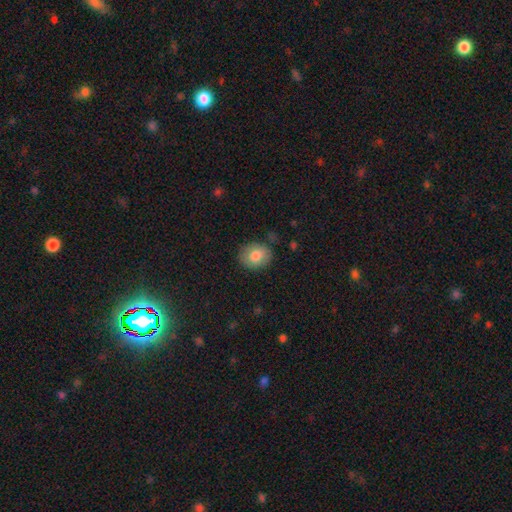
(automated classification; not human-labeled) smooth-or-featured: smooth: 80% | featured or disk: 13% | star or artifact: 8%
  how-rounded: round: 55% | in between: 44% | cigar-shaped: 1%
  merging: none: 81% | minor disturbance: 14% | major disturbance: 3% | merger: 2%